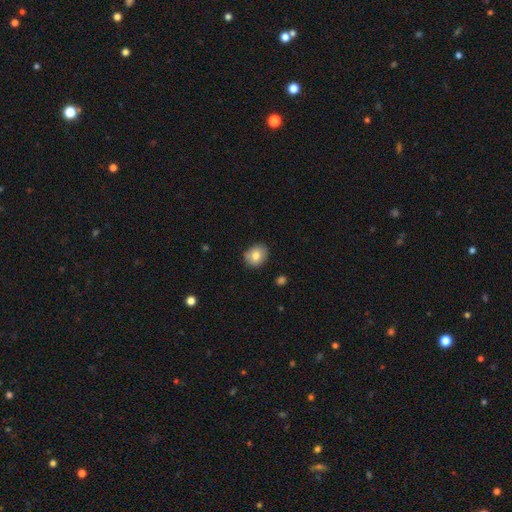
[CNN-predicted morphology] Smooth or featured: smooth — 78% (featured or disk — 13%)
How rounded: round — 63% (in between — 36%)
Merging: none — 81% (minor disturbance — 15%)